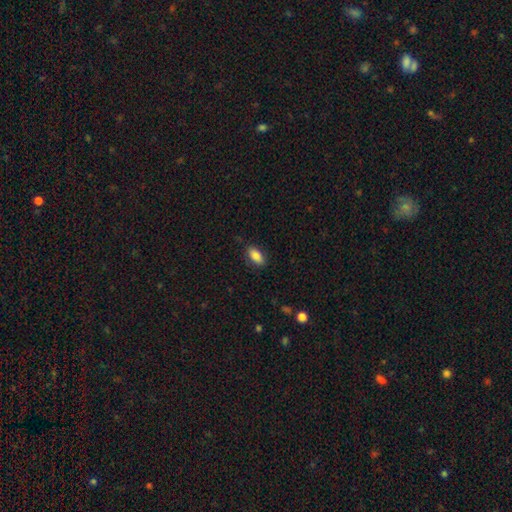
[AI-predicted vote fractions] Morphology: type=smooth (86%); roundness=in between (89%); merging=none (85%).